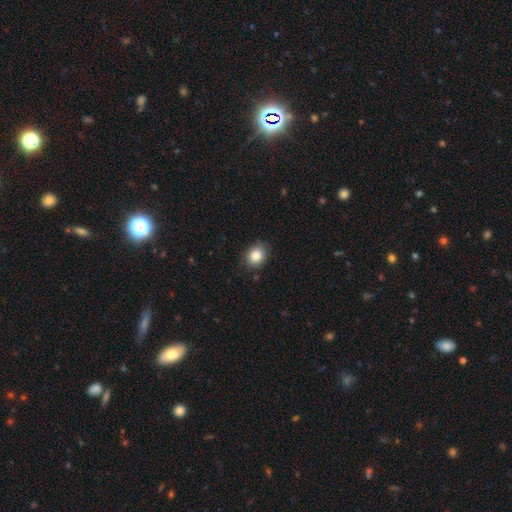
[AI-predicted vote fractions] Q: Smooth or featured?
A: smooth (85%); runner-up: star or artifact (9%)
Q: How rounded?
A: round (54%); runner-up: in between (46%)
Q: Merging?
A: none (83%); runner-up: minor disturbance (13%)